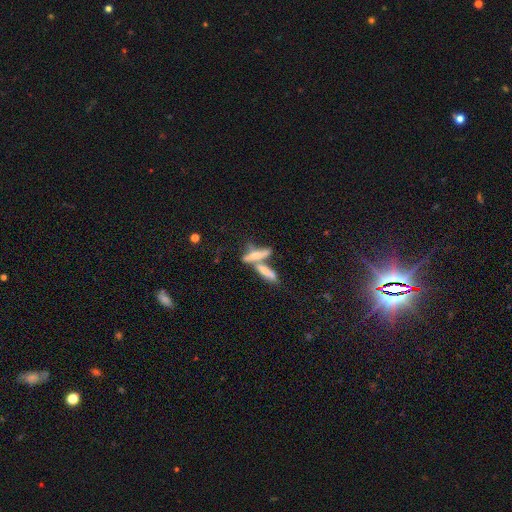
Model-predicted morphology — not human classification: smooth-or-featured: featured or disk: 50% | smooth: 38% | star or artifact: 12%
  merging: merger: 48% | none: 36% | minor disturbance: 9% | major disturbance: 6%